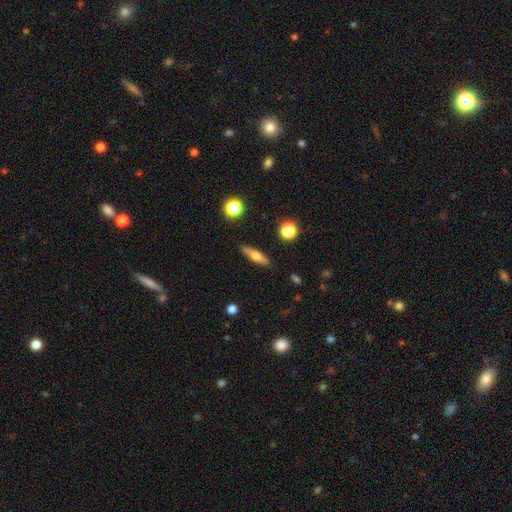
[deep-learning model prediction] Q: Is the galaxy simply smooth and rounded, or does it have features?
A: smooth — 59%.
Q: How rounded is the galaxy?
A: cigar-shaped — 69%.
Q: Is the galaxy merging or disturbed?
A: none — 89%.